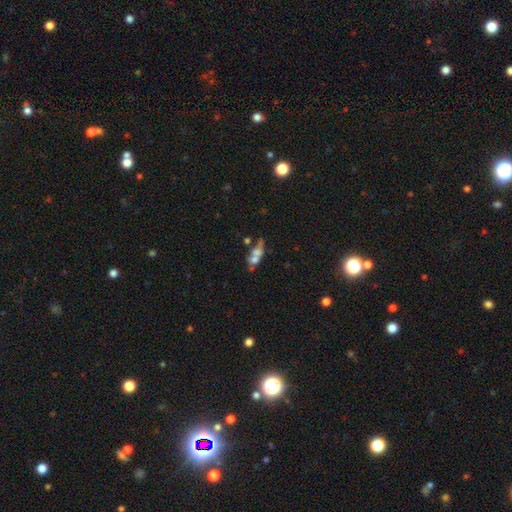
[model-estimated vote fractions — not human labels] A smooth galaxy with no disk features (47%).

Vote fractions:
- Smooth or featured? smooth: 47% / featured or disk: 38% / star or artifact: 15%
- Merging? merger: 49% / none: 29% / major disturbance: 11% / minor disturbance: 11%